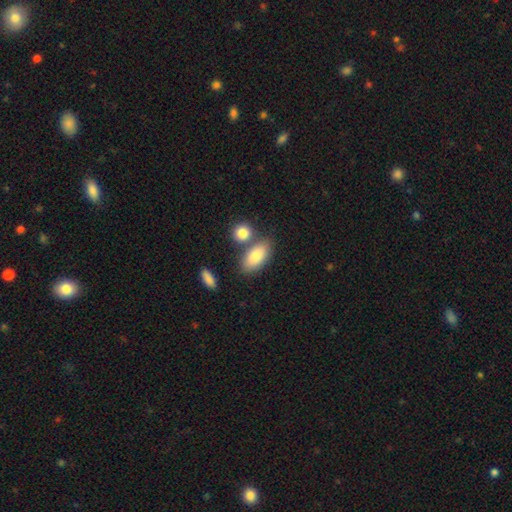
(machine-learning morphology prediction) Smooth or featured?
  - smooth: 83% *
  - featured or disk: 11%
  - star or artifact: 7%
How rounded?
  - in between: 88% *
  - cigar-shaped: 7%
  - round: 5%
Merging?
  - none: 62% *
  - merger: 24%
  - minor disturbance: 11%
  - major disturbance: 3%